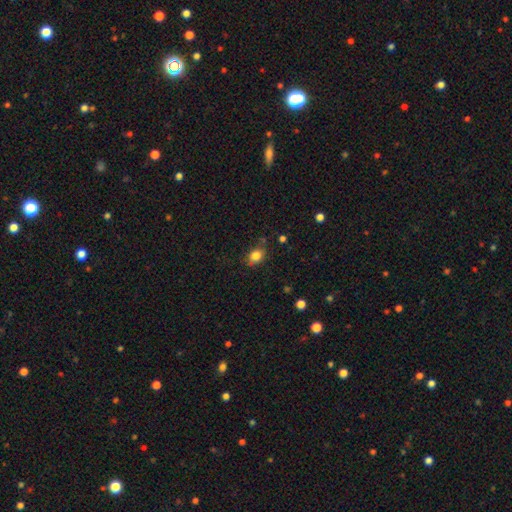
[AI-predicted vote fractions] This appears to be a smooth galaxy with no disk features (83%) that is in between round and cigar-shaped (62%). Merging: none (77%).